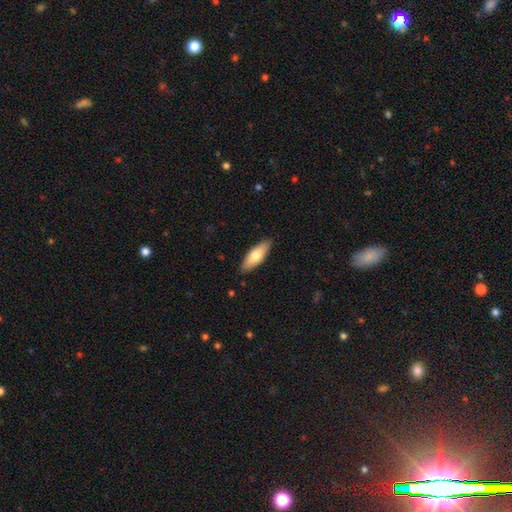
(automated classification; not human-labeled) This is likely a smooth galaxy (70%). How rounded: likely in between (69%). Merging: clearly none (88%).